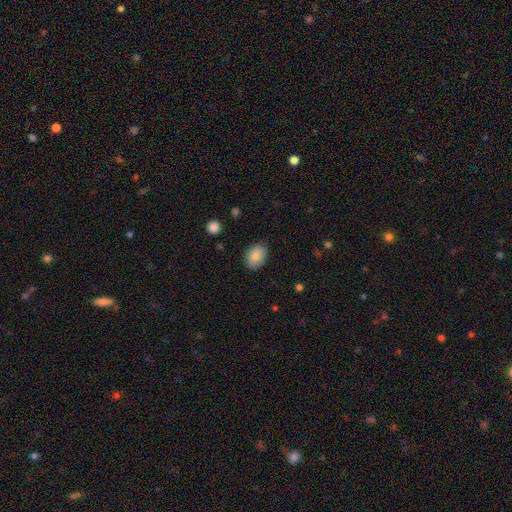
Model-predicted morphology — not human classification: Smooth or featured: smooth — 85% (featured or disk — 8%)
How rounded: in between — 78% (round — 21%)
Merging: none — 82% (minor disturbance — 14%)